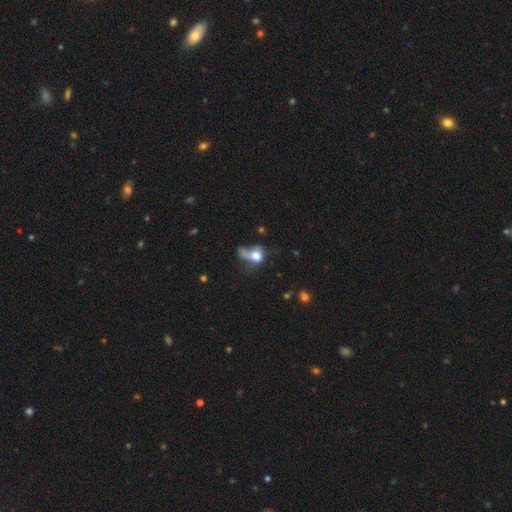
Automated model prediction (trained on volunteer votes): Smooth or featured? smooth (69%)
How rounded? round (55%)
Merging? major disturbance (35%)